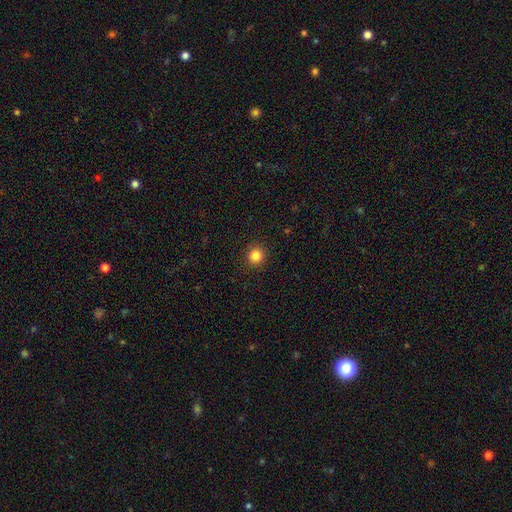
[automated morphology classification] Smooth or featured? smooth (85%)
How rounded? round (93%)
Merging? none (92%)